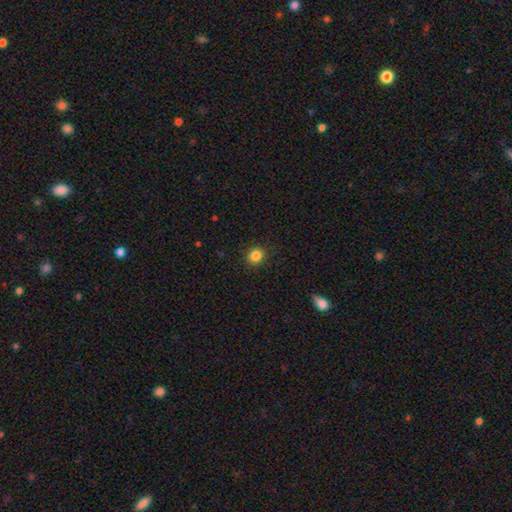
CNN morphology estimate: A smooth galaxy with no disk features (84%) that is round (86%). Merging: none (90%).